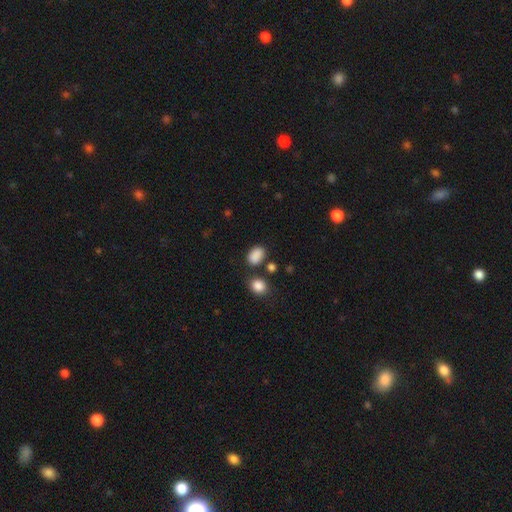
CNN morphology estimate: Smooth or featured? smooth (87%)
How rounded? in between (81%)
Merging? none (73%)